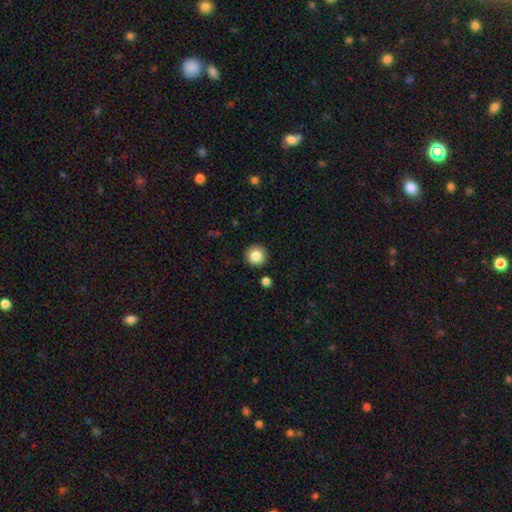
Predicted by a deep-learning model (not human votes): A smooth galaxy with no disk features (85%) that is round (95%). Merging: none (91%).